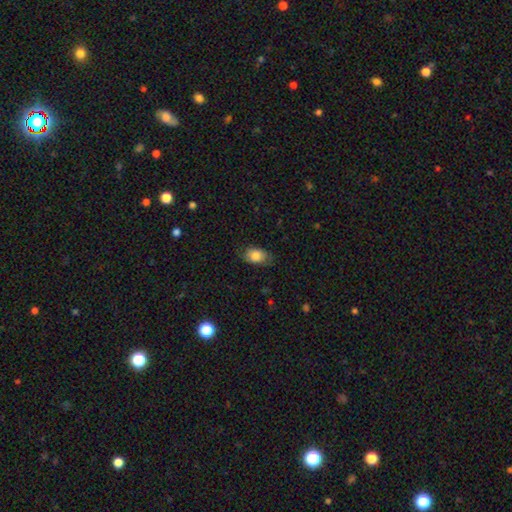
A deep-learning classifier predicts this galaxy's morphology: Q: Smooth or featured?
A: smooth (80%); runner-up: featured or disk (12%)
Q: How rounded?
A: in between (86%); runner-up: round (12%)
Q: Merging?
A: none (74%); runner-up: minor disturbance (21%)